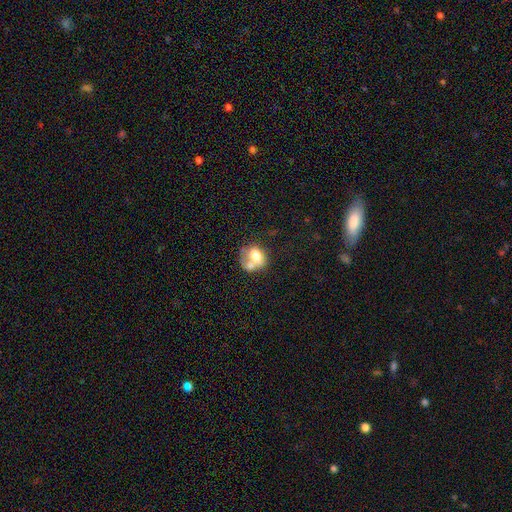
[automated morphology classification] Q: Smooth or featured?
A: smooth (63%); runner-up: featured or disk (29%)
Q: How rounded?
A: round (52%); runner-up: in between (47%)
Q: Merging?
A: merger (53%); runner-up: none (22%)